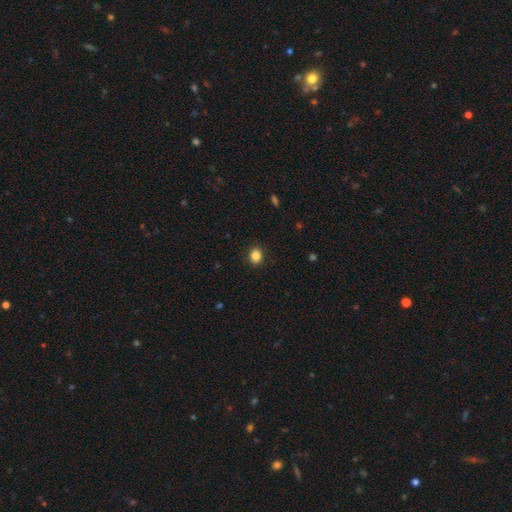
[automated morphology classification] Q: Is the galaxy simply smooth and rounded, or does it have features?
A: smooth — 85%.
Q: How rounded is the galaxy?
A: round — 59%.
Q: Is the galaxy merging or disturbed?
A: none — 89%.